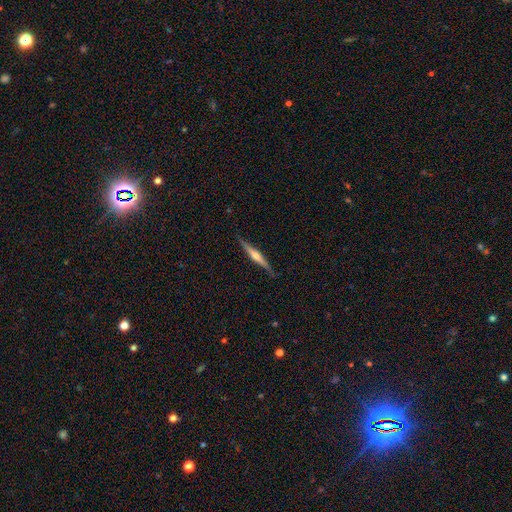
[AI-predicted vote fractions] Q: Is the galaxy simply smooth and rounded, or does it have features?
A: featured or disk — 71%.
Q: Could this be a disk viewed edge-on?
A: yes — 98%.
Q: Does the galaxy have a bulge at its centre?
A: rounded — 82%.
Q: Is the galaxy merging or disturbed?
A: none — 87%.